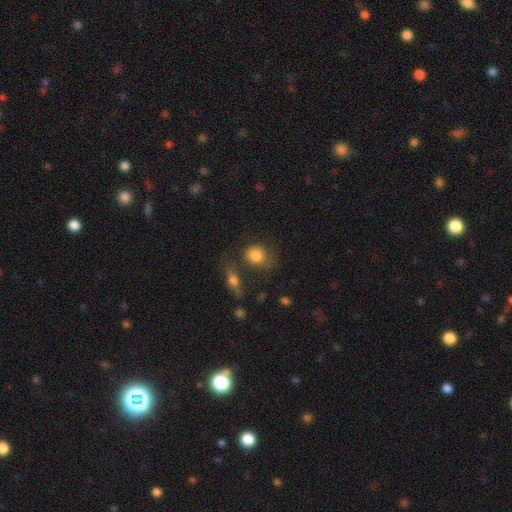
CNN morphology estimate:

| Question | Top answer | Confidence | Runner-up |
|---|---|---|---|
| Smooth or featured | smooth | 82% | featured or disk (9%) |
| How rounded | round | 72% | in between (26%) |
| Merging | none | 52% | minor disturbance (20%) |